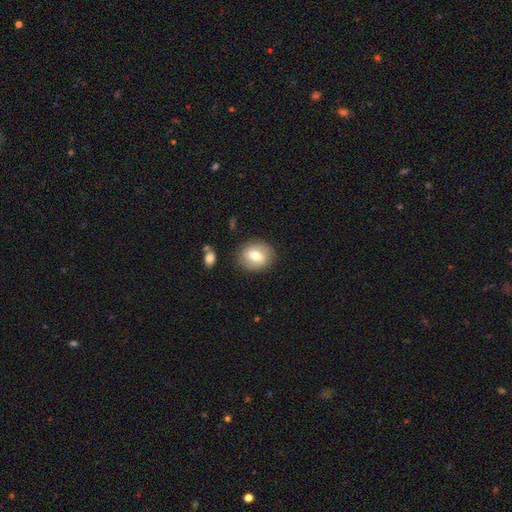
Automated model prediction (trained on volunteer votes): The model was most divided on "how rounded": round: 66%, in between: 33%, cigar-shaped: 1%. More confident: merging — none (84%); smooth or featured — smooth (63%).